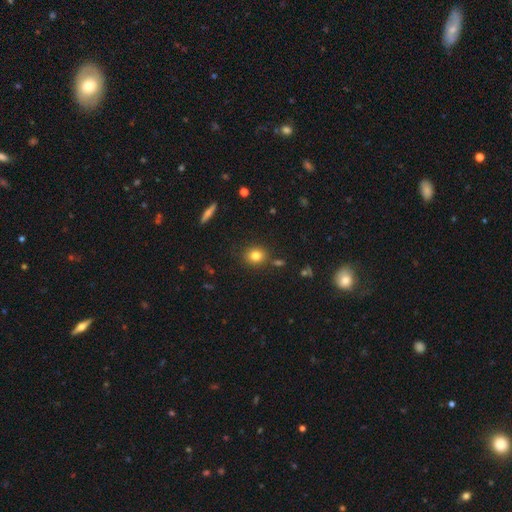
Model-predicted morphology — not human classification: Q: Smooth or featured?
A: smooth (80%); runner-up: star or artifact (12%)
Q: How rounded?
A: round (77%); runner-up: in between (22%)
Q: Merging?
A: none (84%); runner-up: minor disturbance (9%)